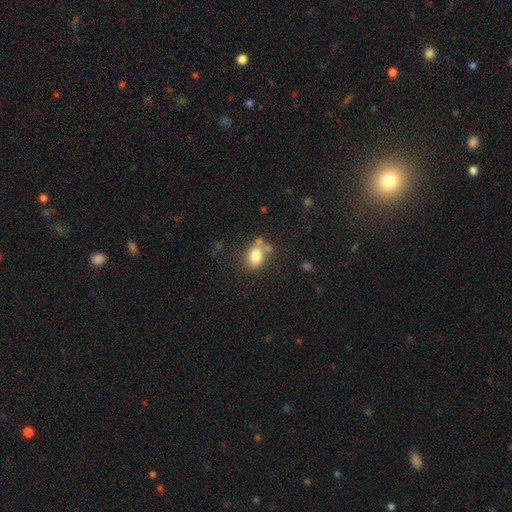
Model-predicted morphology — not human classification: This is likely a smooth galaxy (80%). How rounded: likely in between (68%). Merging: possibly none (54%).